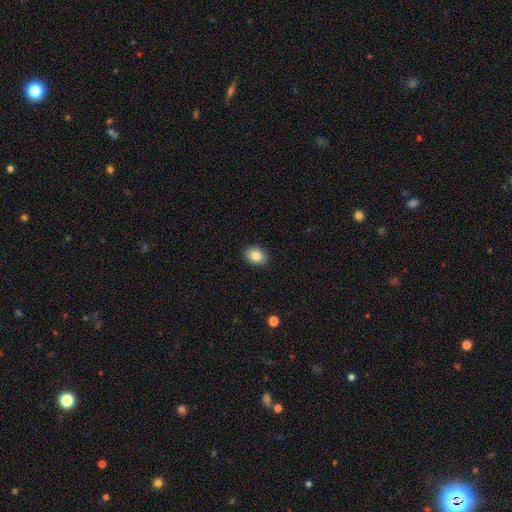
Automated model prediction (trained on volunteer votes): Q: Smooth or featured?
A: smooth (85%); runner-up: star or artifact (8%)
Q: How rounded?
A: in between (72%); runner-up: round (27%)
Q: Merging?
A: none (89%); runner-up: minor disturbance (8%)